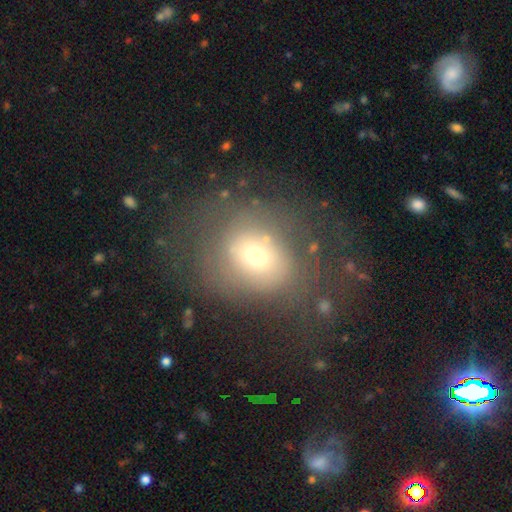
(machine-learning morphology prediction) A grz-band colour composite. It shows a smooth galaxy with no disk features (58%) that is round (66%). Merging: none (55%).